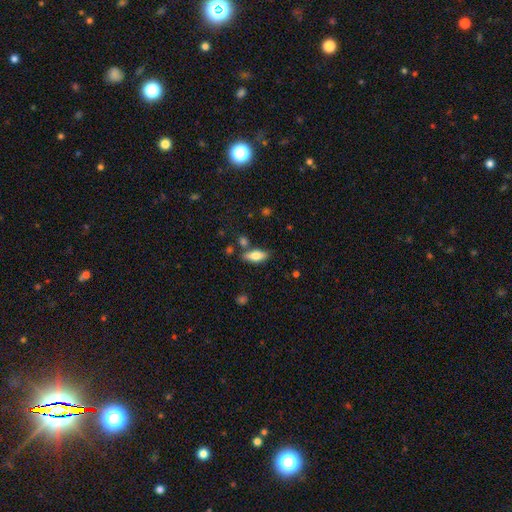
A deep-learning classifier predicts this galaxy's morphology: Overall: smooth (70%). How rounded: in between (71%). Merging: none (77%).